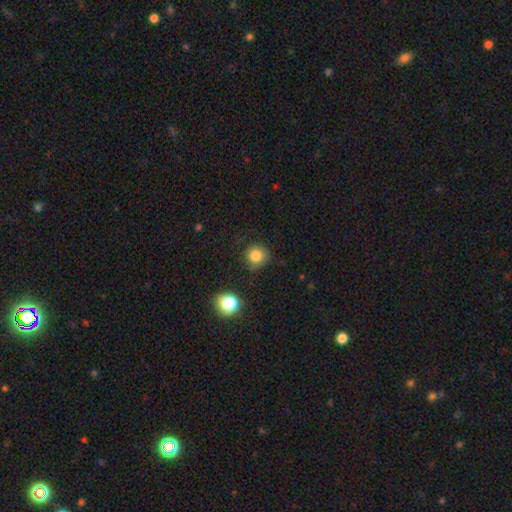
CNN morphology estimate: This appears to be a smooth galaxy with no disk features (82%) that is round (90%). Merging: none (80%).